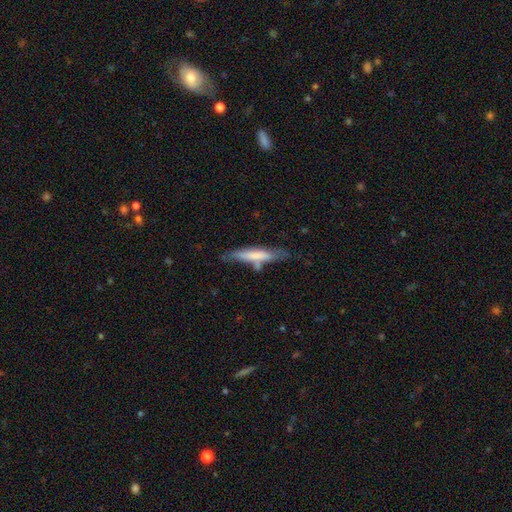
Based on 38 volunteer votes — Smooth or featured? 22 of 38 (58%) said smooth. How rounded? 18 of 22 (82%) said cigar-shaped. Merging? 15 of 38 (39%) said none.